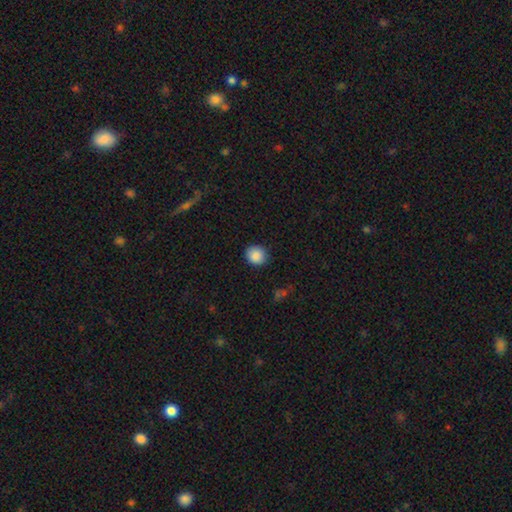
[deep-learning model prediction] smooth-or-featured: smooth: 88% | star or artifact: 8% | featured or disk: 3%
  how-rounded: round: 80% | in between: 19% | cigar-shaped: 1%
  merging: none: 87% | minor disturbance: 10% | major disturbance: 2% | merger: 1%